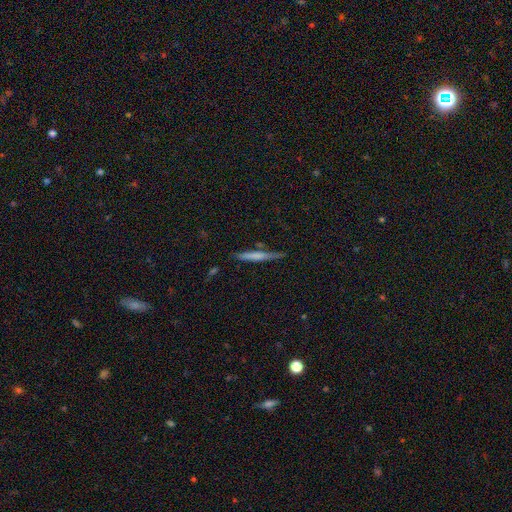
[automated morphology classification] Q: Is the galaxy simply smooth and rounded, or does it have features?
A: smooth — 58%.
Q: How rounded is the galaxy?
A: cigar-shaped — 94%.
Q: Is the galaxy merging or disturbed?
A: none — 76%.